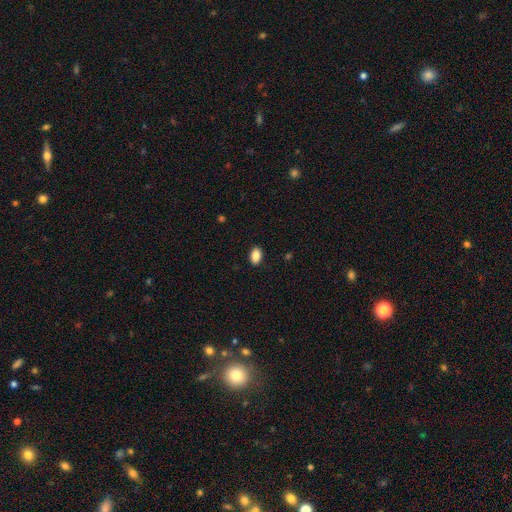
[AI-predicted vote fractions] smooth-or-featured: smooth: 87% | star or artifact: 8% | featured or disk: 5%
  how-rounded: in between: 90% | round: 9% | cigar-shaped: 2%
  merging: none: 90% | minor disturbance: 8% | major disturbance: 2% | merger: 1%